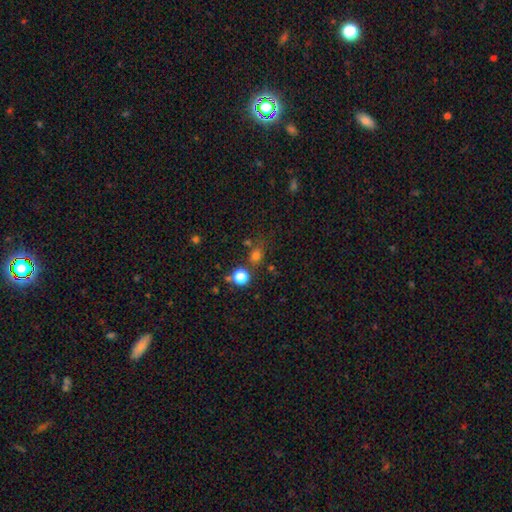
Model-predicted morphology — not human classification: Smooth or featured?
  - smooth: 69% *
  - star or artifact: 25%
  - featured or disk: 6%
How rounded?
  - round: 80% *
  - in between: 19%
  - cigar-shaped: 1%
Merging?
  - none: 70% *
  - minor disturbance: 12%
  - merger: 12%
  - major disturbance: 6%